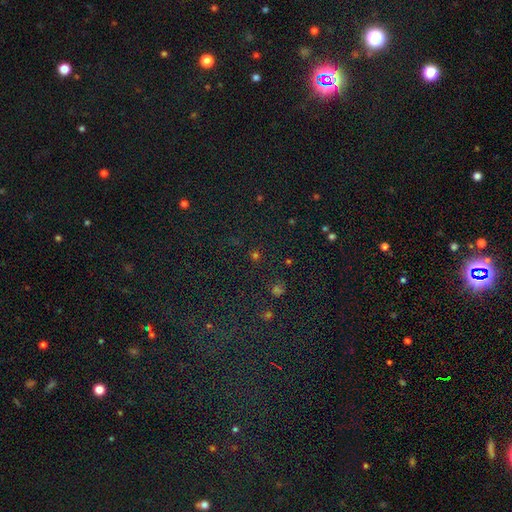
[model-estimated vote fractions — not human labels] star or artifact 65%, smooth 28%, featured or disk 7%.